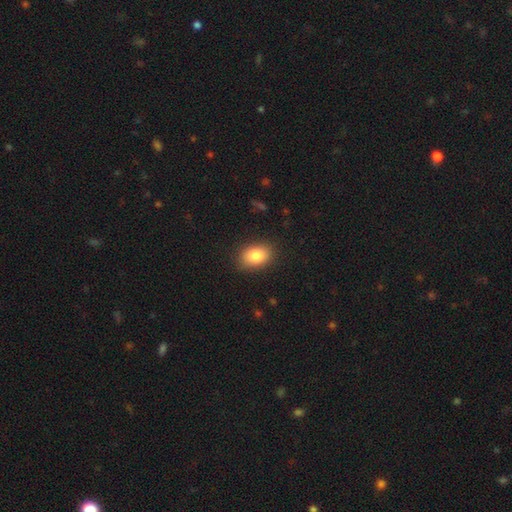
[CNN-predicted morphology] Q: Smooth or featured?
A: smooth (84%); runner-up: featured or disk (8%)
Q: How rounded?
A: in between (81%); runner-up: round (18%)
Q: Merging?
A: none (86%); runner-up: minor disturbance (10%)